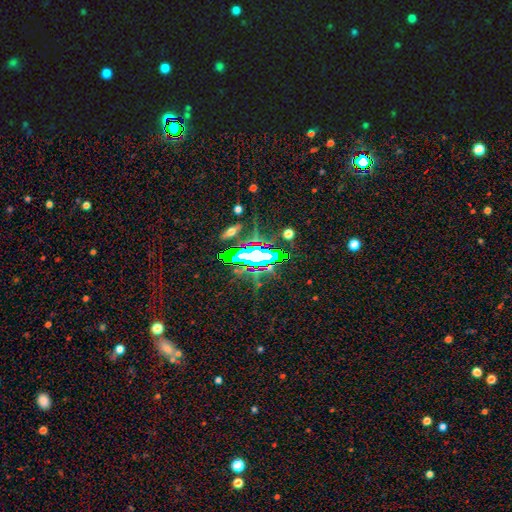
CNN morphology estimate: Smooth or featured?
  - star or artifact: 59% *
  - featured or disk: 21%
  - smooth: 19%